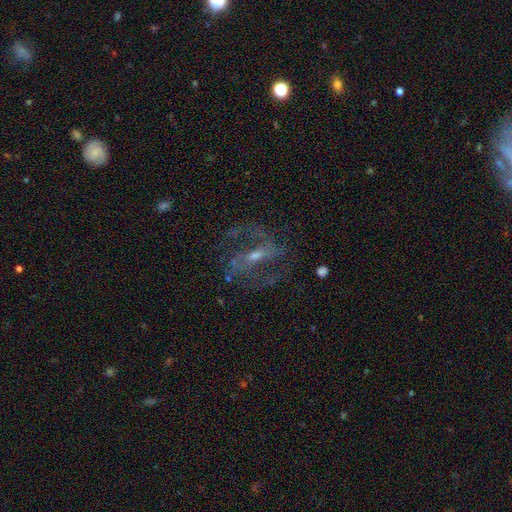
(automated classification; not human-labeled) Q: Smooth or featured?
A: featured or disk (80%); runner-up: smooth (10%)
Q: Edge-on disk?
A: no (95%); runner-up: yes (5%)
Q: Bar?
A: weak (45%); runner-up: strong (31%)
Q: Spiral arms?
A: yes (86%); runner-up: no (14%)
Q: Spiral winding?
A: medium (51%); runner-up: loose (32%)
Q: Spiral arm count?
A: 2 (74%); runner-up: can't tell (13%)
Q: Bulge size?
A: small (49%); runner-up: moderate (42%)
Q: Merging?
A: none (63%); runner-up: major disturbance (18%)